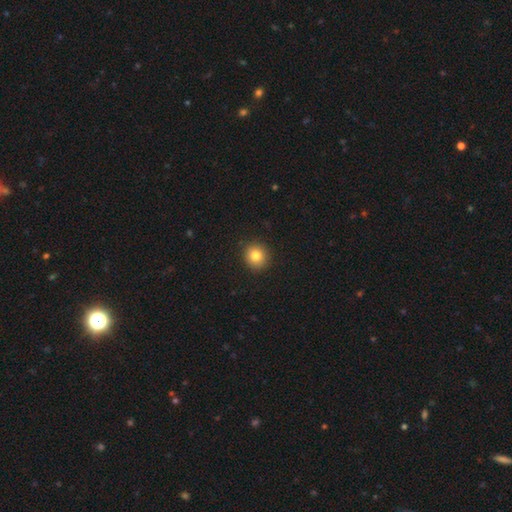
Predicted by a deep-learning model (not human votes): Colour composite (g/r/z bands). It shows a smooth galaxy with no disk features (81%) that is round (89%). Merging: none (91%).